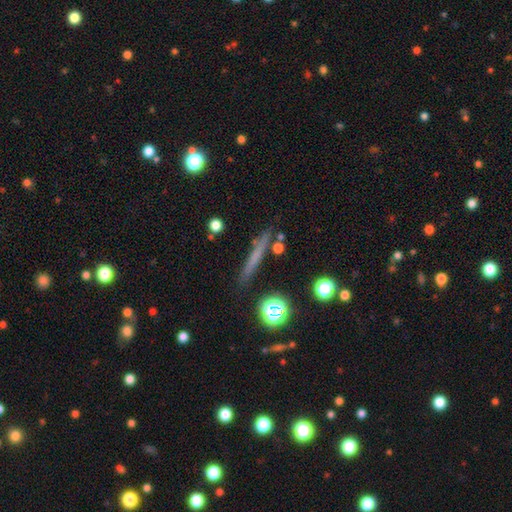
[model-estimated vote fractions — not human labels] The model was most divided on "smooth or featured": smooth: 54%, featured or disk: 33%, star or artifact: 13%. More confident: how rounded — cigar-shaped (90%); merging — none (85%).